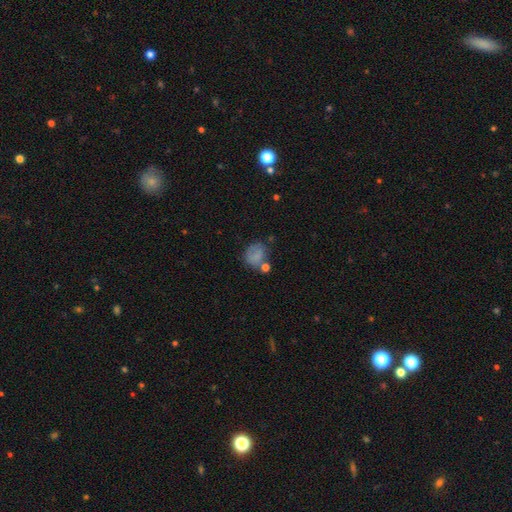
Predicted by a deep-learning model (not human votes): Smooth or featured?
  - smooth: 72% *
  - featured or disk: 16%
  - star or artifact: 12%
How rounded?
  - round: 63% *
  - in between: 36%
  - cigar-shaped: 1%
Merging?
  - none: 48% *
  - minor disturbance: 24%
  - major disturbance: 14%
  - merger: 14%